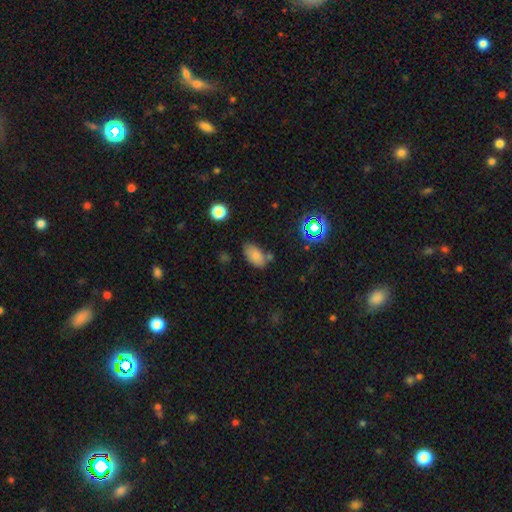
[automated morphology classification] Smooth or featured?
  - smooth: 76% *
  - star or artifact: 13%
  - featured or disk: 10%
How rounded?
  - in between: 92% *
  - round: 6%
  - cigar-shaped: 2%
Merging?
  - none: 65% *
  - minor disturbance: 19%
  - merger: 12%
  - major disturbance: 5%